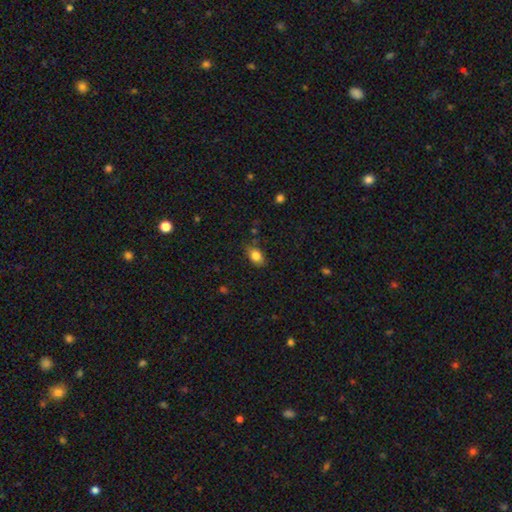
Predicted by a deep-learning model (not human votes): A smooth galaxy with no disk features (83%) that is in between round and cigar-shaped (80%). Merging: none (77%).